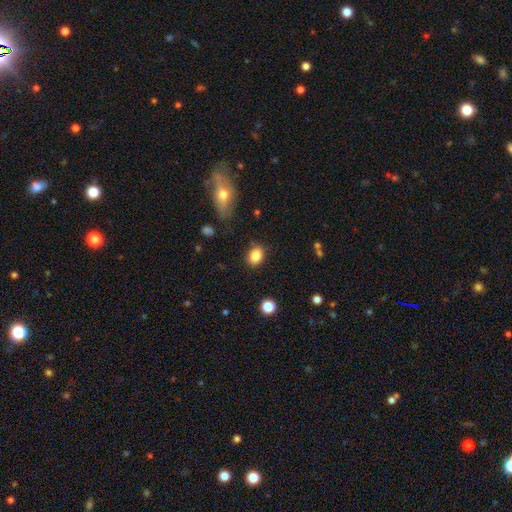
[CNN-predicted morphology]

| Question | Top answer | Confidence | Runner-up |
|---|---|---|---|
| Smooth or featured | smooth | 84% | star or artifact (9%) |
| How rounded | in between | 54% | round (45%) |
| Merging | none | 83% | minor disturbance (12%) |